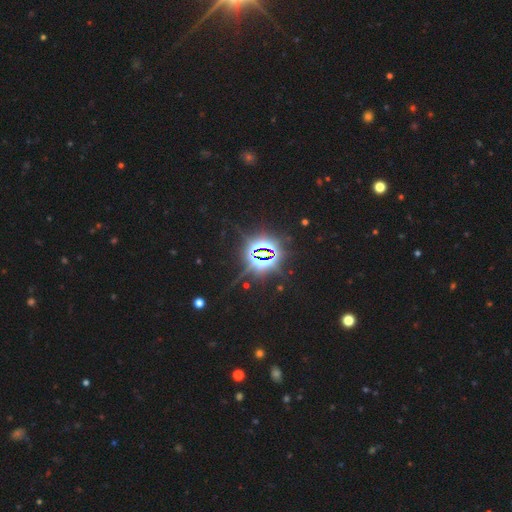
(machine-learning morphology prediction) The model was most divided on "smooth or featured": star or artifact: 84%, smooth: 9%, featured or disk: 7%.